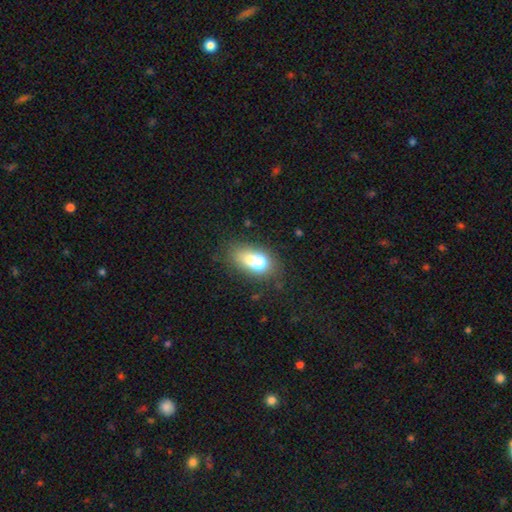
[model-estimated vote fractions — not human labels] A smooth galaxy with no disk features (68%) that is in between round and cigar-shaped (80%).

Vote fractions:
- Smooth or featured? smooth: 68% / featured or disk: 19% / star or artifact: 13%
- How rounded? in between: 80% / round: 13% / cigar-shaped: 6%
- Merging? none: 49% / minor disturbance: 22% / merger: 17% / major disturbance: 11%